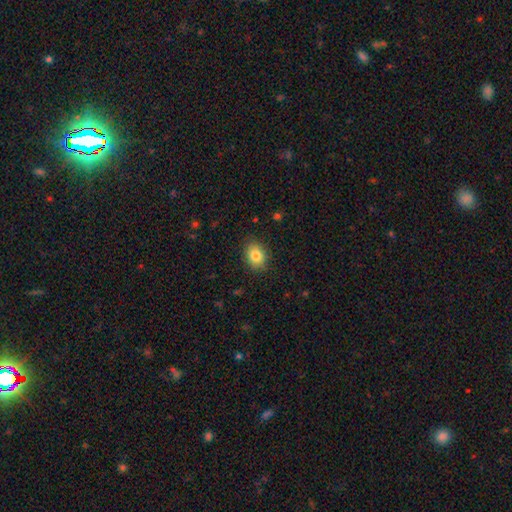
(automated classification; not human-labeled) smooth-or-featured: smooth: 83% | star or artifact: 9% | featured or disk: 8%
  how-rounded: in between: 63% | round: 36% | cigar-shaped: 1%
  merging: none: 87% | minor disturbance: 10% | major disturbance: 2% | merger: 1%